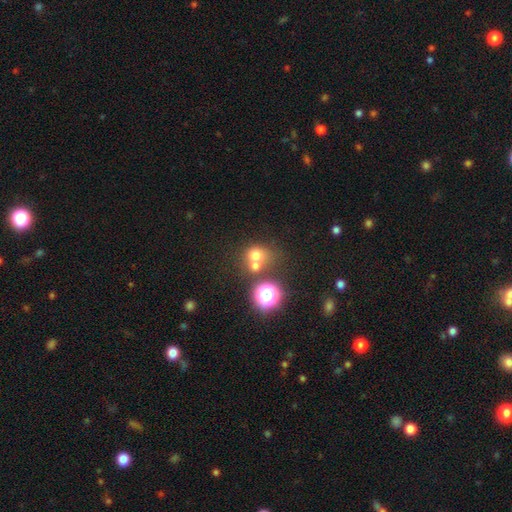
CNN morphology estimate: Smooth or featured? smooth (66%)
How rounded? round (78%)
Merging? merger (44%)